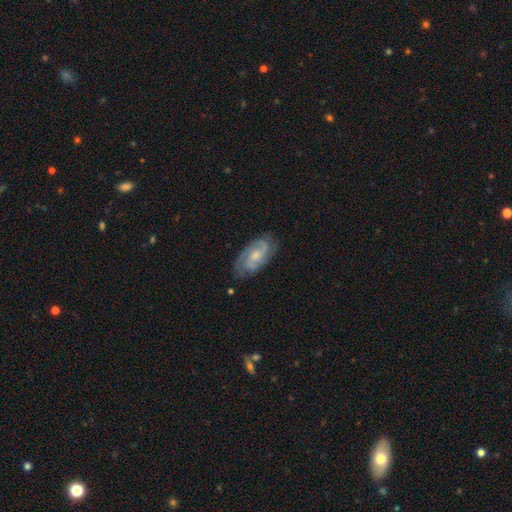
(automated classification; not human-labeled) This is clearly a featured or disk galaxy (82%). It is clearly not viewed edge-on (96%). Bar: possibly no (54%). Spiral arm pattern: clearly yes (96%). Spiral arm count: likely 2 (71%). Spiral winding: possibly tight (45%). Central bulge: possibly small (47%). Merging: likely none (77%).